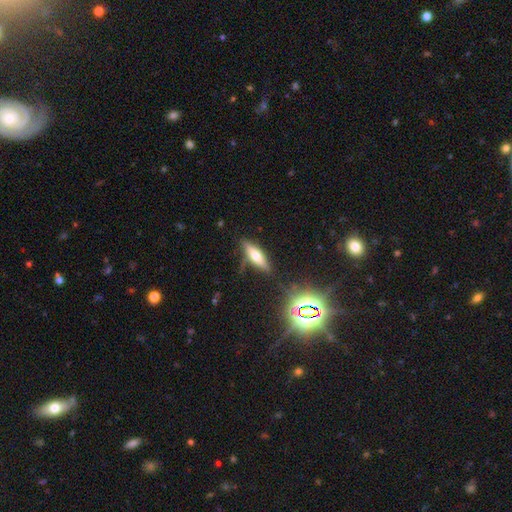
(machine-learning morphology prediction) The model was most divided on "how rounded": cigar-shaped: 54%, in between: 43%, round: 3%. More confident: merging — none (73%); smooth or featured — smooth (53%).